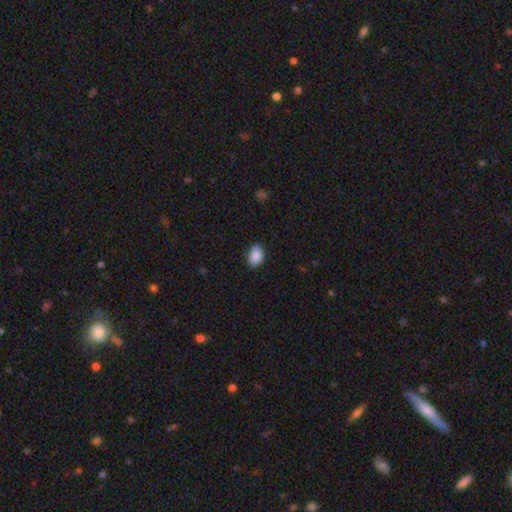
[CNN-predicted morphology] This appears to be a smooth galaxy with no disk features (89%) that is in between round and cigar-shaped (81%). Merging: none (85%).